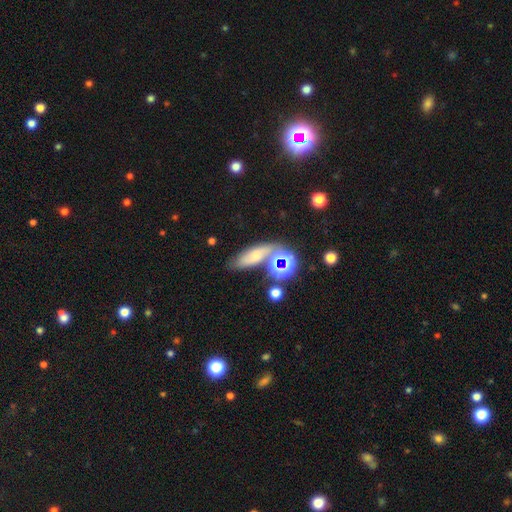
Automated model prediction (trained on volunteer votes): Q: Smooth or featured?
A: smooth (54%); runner-up: featured or disk (23%)
Q: How rounded?
A: in between (54%); runner-up: cigar-shaped (29%)
Q: Merging?
A: none (52%); runner-up: merger (20%)